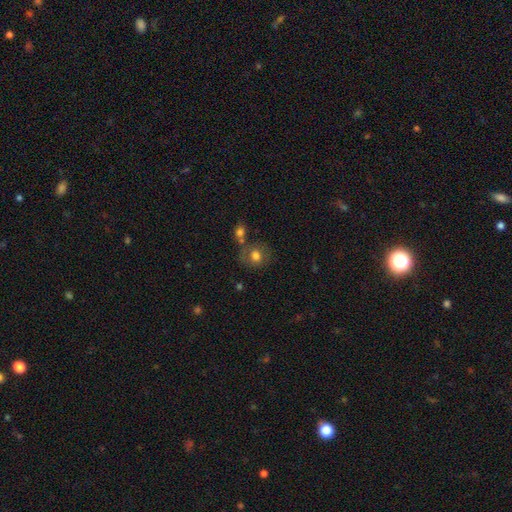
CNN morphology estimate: Smooth or featured?
  - smooth: 73% *
  - featured or disk: 17%
  - star or artifact: 10%
How rounded?
  - round: 78% *
  - in between: 21%
  - cigar-shaped: 1%
Merging?
  - none: 55% *
  - merger: 21%
  - minor disturbance: 16%
  - major disturbance: 8%